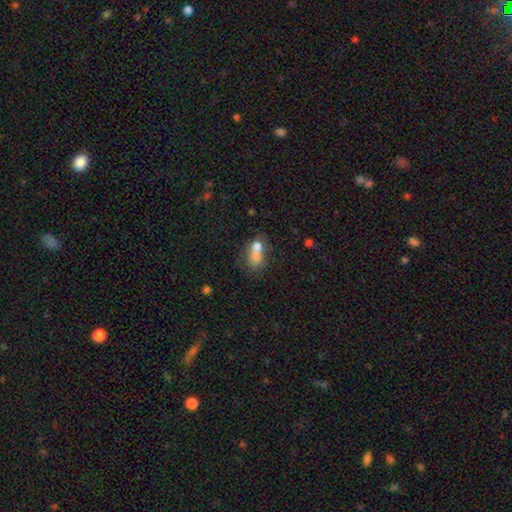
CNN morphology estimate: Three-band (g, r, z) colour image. It shows a smooth galaxy with no disk features (71%) that is in between round and cigar-shaped (63%). Merging: merger (62%).